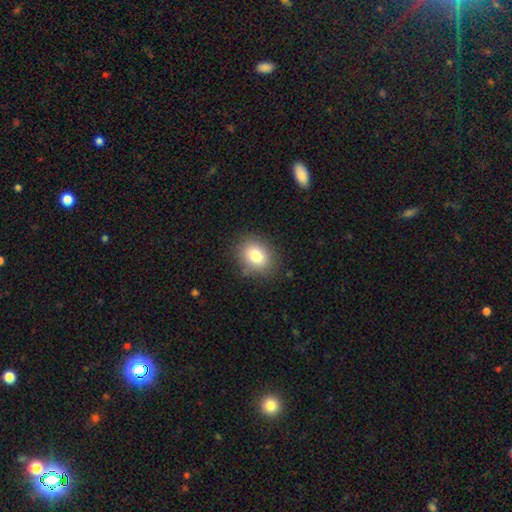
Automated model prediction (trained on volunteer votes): A smooth galaxy with no disk features (79%) that is in between round and cigar-shaped (51%).

Vote fractions:
- Smooth or featured? smooth: 79% / star or artifact: 11% / featured or disk: 10%
- How rounded? in between: 51% / round: 49% / cigar-shaped: 1%
- Merging? none: 83% / minor disturbance: 12% / major disturbance: 3% / merger: 1%